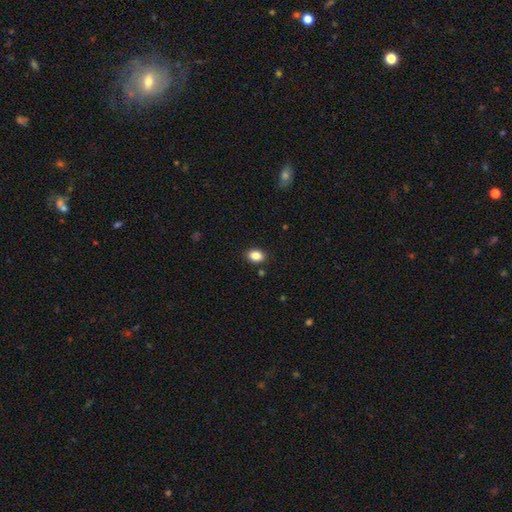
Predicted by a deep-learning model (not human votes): Smooth or featured? smooth (86%)
How rounded? in between (78%)
Merging? none (88%)